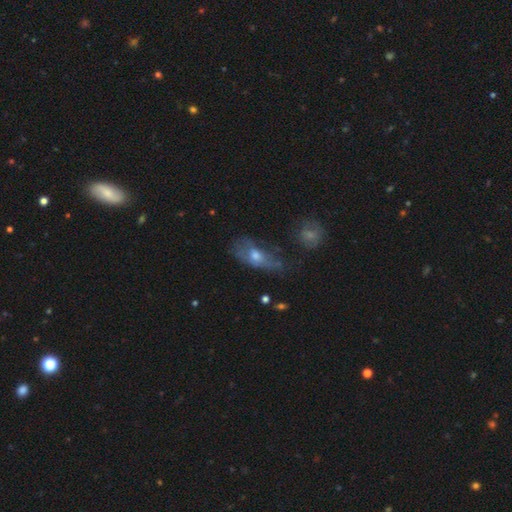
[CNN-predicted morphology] Smooth or featured? smooth (45%)
Merging? none (37%)